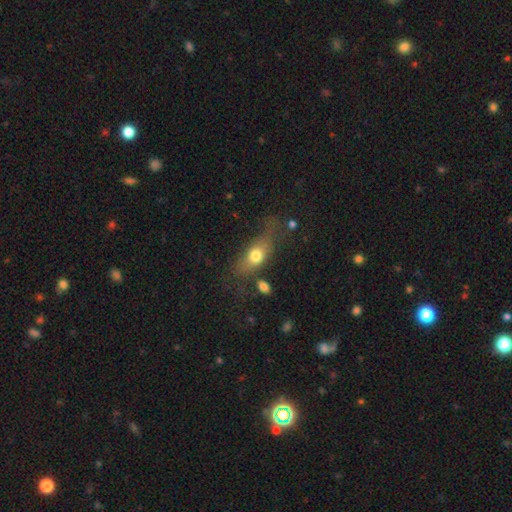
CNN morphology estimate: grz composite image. It shows a smooth galaxy with no disk features (68%) that is in between round and cigar-shaped (70%). Merging: none (44%).